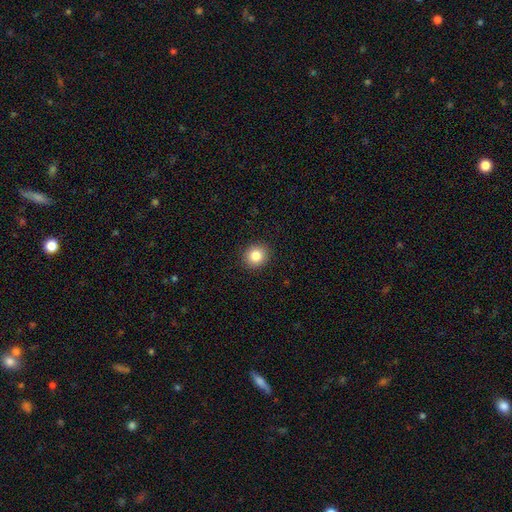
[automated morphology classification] Overall: smooth (84%). How rounded: round (87%). Merging: none (92%).